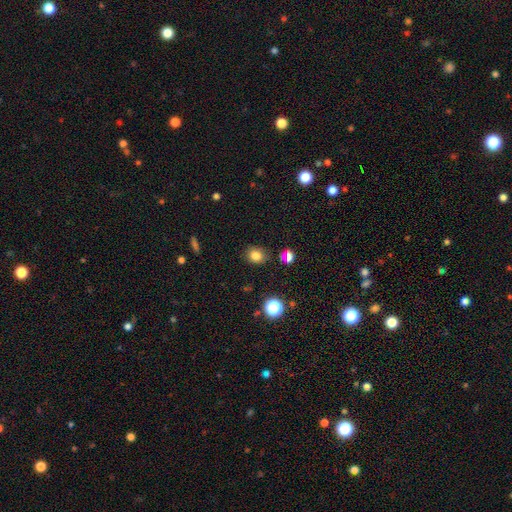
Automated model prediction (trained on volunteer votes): This appears to be a smooth galaxy with no disk features (80%) that is round (63%). Merging: none (84%).